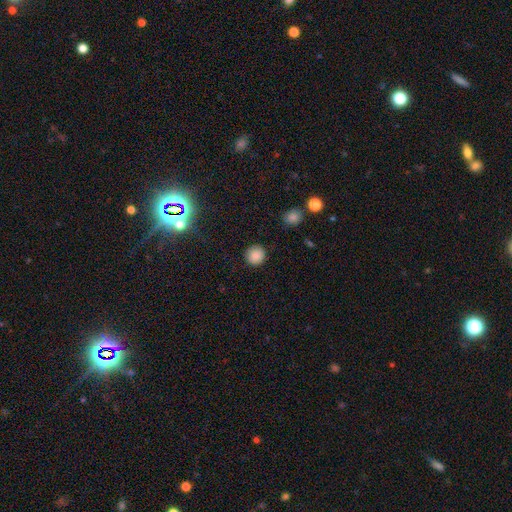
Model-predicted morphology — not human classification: This appears to be a smooth galaxy with no disk features (86%) that is round (94%). Merging: none (90%).